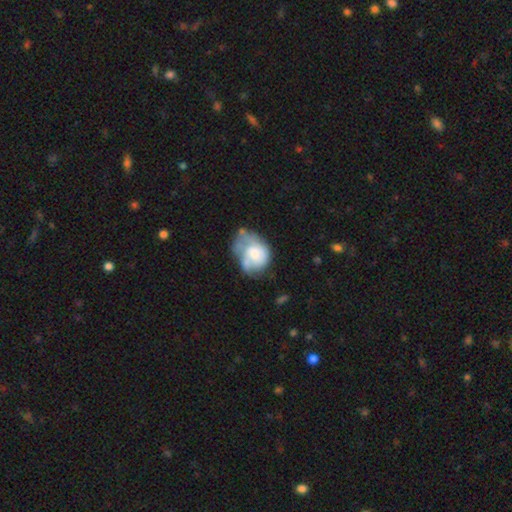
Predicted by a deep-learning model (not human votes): featured or disk 47%, smooth 46%, star or artifact 8%. Down the decision tree: merging — minor disturbance (31%).